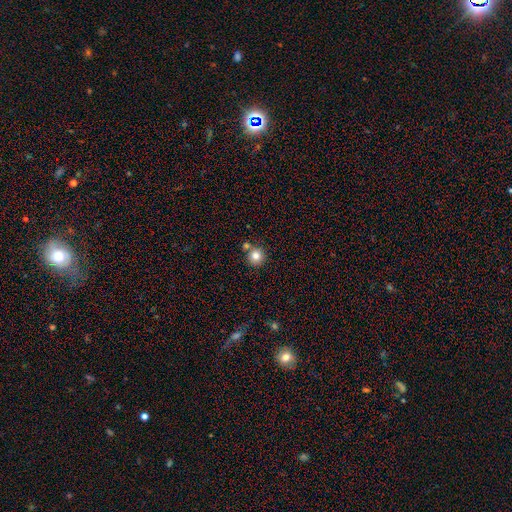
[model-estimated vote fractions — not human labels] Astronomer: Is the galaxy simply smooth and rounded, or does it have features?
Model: smooth — 81%.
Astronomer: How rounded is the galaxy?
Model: round — 93%.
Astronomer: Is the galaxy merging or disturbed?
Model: none — 72%.